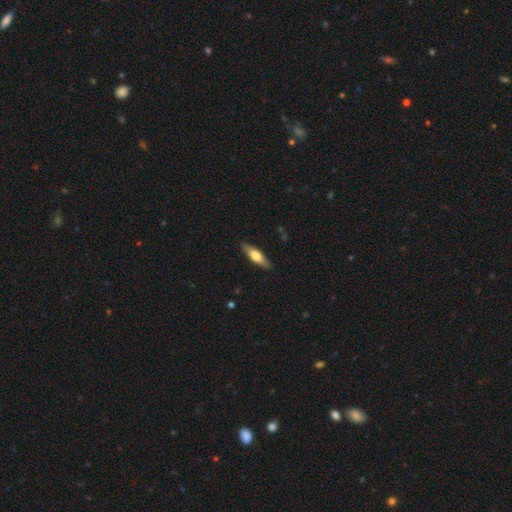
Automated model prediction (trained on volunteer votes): A smooth galaxy with no disk features (60%) that is cigar-shaped (57%). Merging: none (87%).